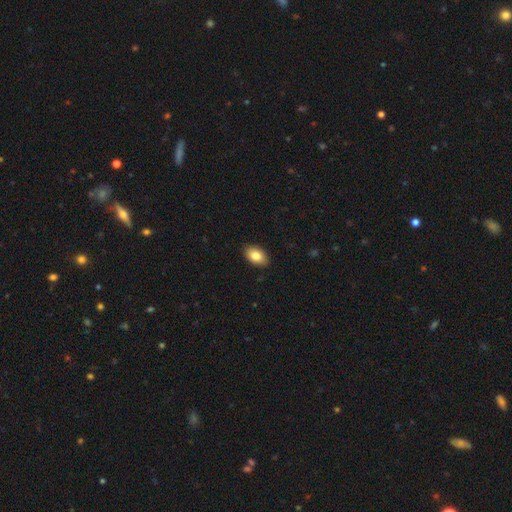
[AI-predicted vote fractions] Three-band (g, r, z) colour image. It shows a smooth galaxy with no disk features (83%) that is in between round and cigar-shaped (91%). Merging: none (89%).